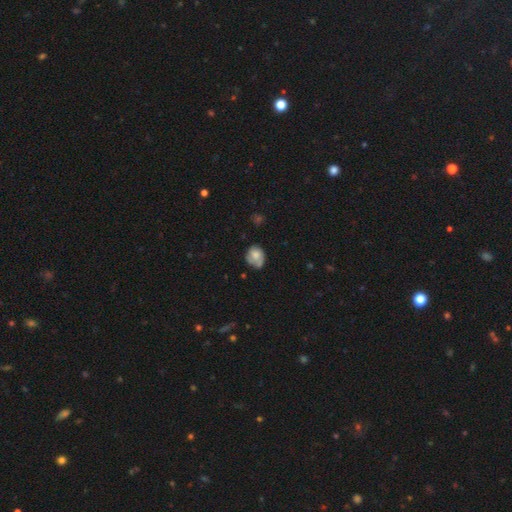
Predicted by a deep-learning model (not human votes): smooth-or-featured: smooth: 62% | featured or disk: 30% | star or artifact: 8%
  how-rounded: round: 50% | in between: 49% | cigar-shaped: 1%
  merging: none: 50% | minor disturbance: 34% | major disturbance: 12% | merger: 4%